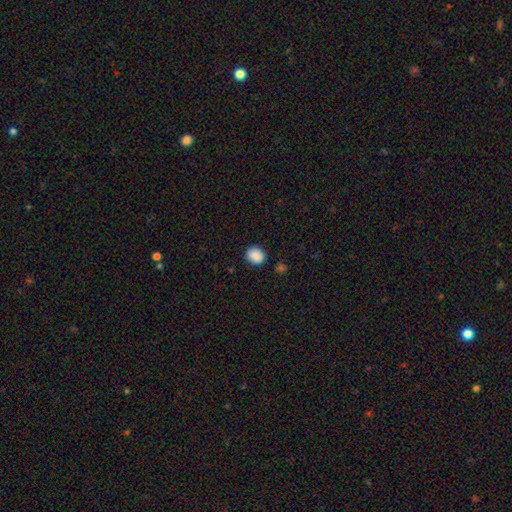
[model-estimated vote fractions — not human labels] A smooth galaxy with no disk features (89%) that is round (70%). Merging: none (86%).